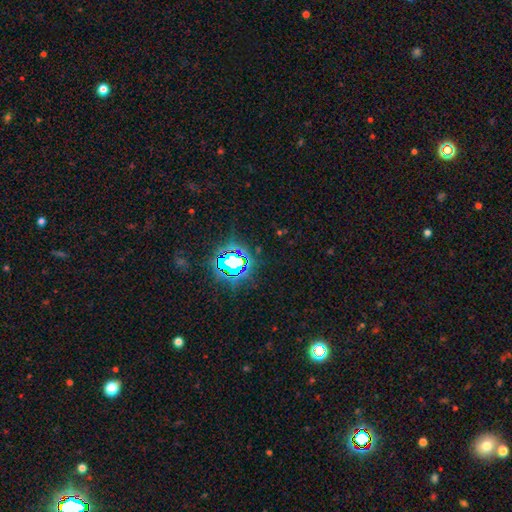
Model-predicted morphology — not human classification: smooth-or-featured: star or artifact: 81% | smooth: 12% | featured or disk: 7%